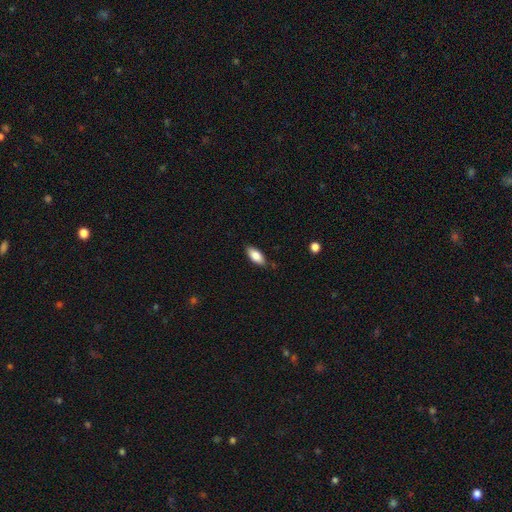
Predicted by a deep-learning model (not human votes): smooth 83%, featured or disk 11%, star or artifact 6%. Down the decision tree: how rounded — in between (86%); merging — none (83%).